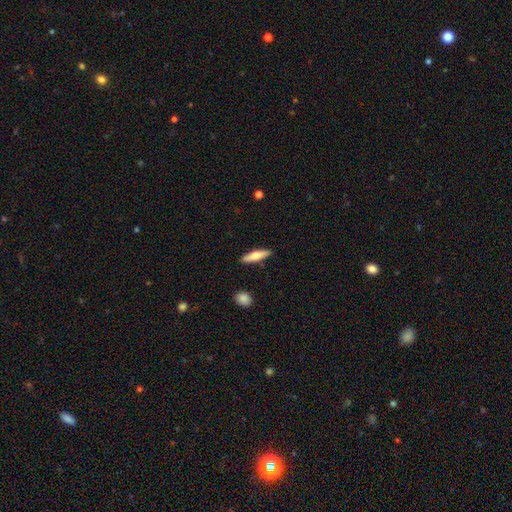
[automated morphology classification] type=smooth (65%); roundness=cigar-shaped (71%); merging=none (90%).